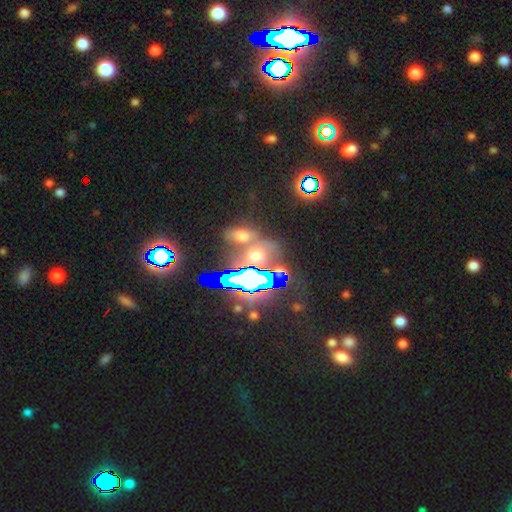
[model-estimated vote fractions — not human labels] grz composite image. It shows a star or artifact, not a galaxy (54%).